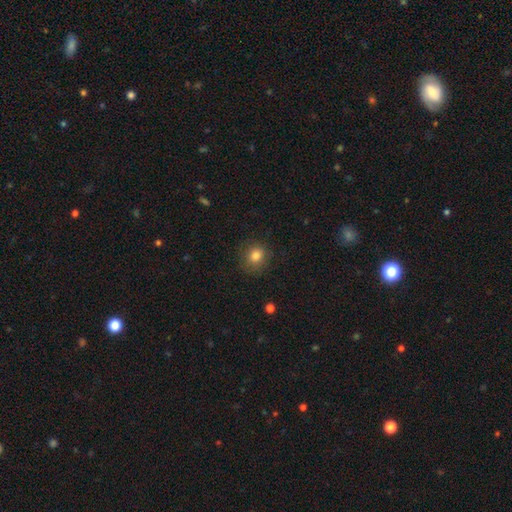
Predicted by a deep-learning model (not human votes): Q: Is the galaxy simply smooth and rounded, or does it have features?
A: smooth — 82%.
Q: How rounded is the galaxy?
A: round — 80%.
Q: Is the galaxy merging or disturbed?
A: none — 83%.